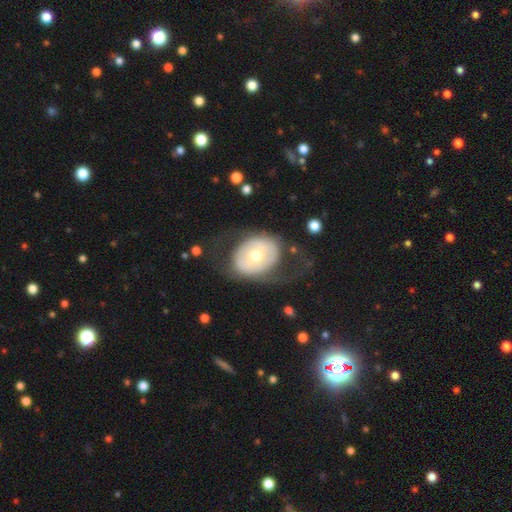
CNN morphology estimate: Smooth or featured? Predicted: featured or disk (p=0.55). Edge-on disk? Predicted: no (p=0.94). Bar? Predicted: no (p=0.64). Spiral arms? Predicted: no (p=0.68). Bulge size? Predicted: moderate (p=0.65). Merging? Predicted: none (p=0.57).